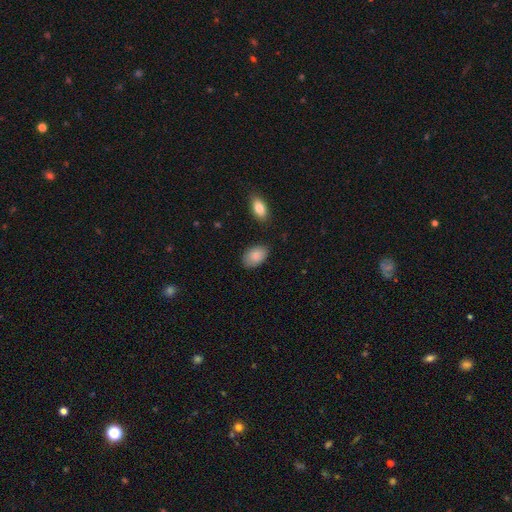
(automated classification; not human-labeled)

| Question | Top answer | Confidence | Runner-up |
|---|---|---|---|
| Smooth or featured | smooth | 87% | featured or disk (7%) |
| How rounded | in between | 92% | round (7%) |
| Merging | none | 82% | minor disturbance (13%) |